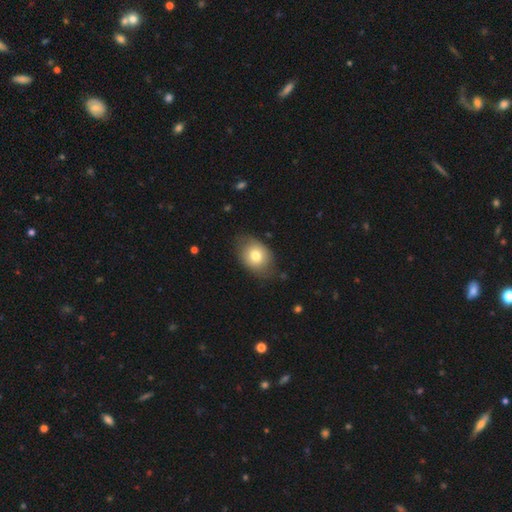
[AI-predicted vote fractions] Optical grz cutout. It shows a smooth galaxy with no disk features (75%) that is in between round and cigar-shaped (72%). Merging: none (73%).